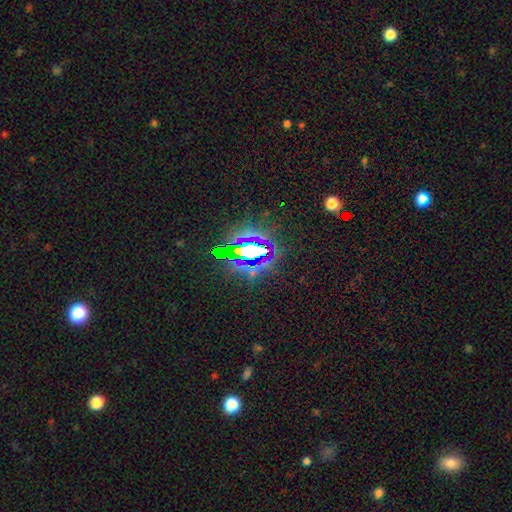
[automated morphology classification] Q: Smooth or featured?
A: star or artifact (64%); runner-up: smooth (20%)